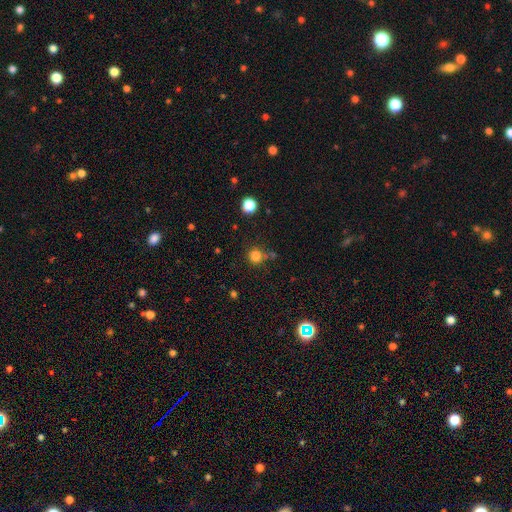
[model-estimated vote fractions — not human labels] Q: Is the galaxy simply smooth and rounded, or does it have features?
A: smooth — 80%.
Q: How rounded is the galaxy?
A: round — 91%.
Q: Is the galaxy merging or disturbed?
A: none — 71%.